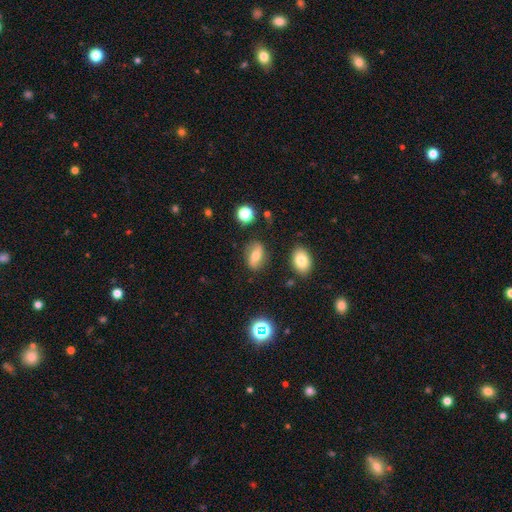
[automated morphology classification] Overall: smooth (50%; featured or disk 38%). How rounded: in between (80%). Merging: none (80%).